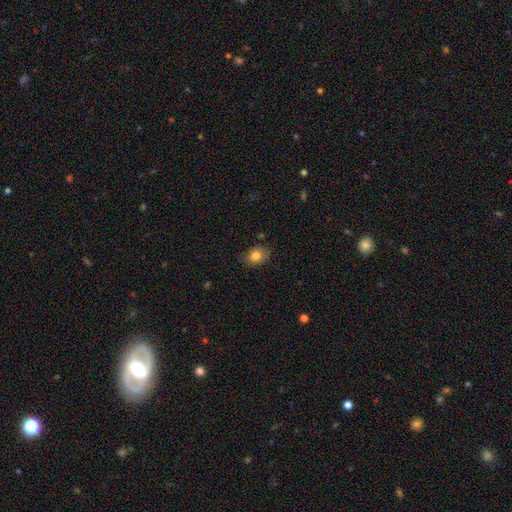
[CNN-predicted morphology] smooth-or-featured: smooth: 81% | featured or disk: 9% | star or artifact: 9%
  how-rounded: in between: 62% | round: 37% | cigar-shaped: 1%
  merging: none: 78% | minor disturbance: 17% | major disturbance: 3% | merger: 1%